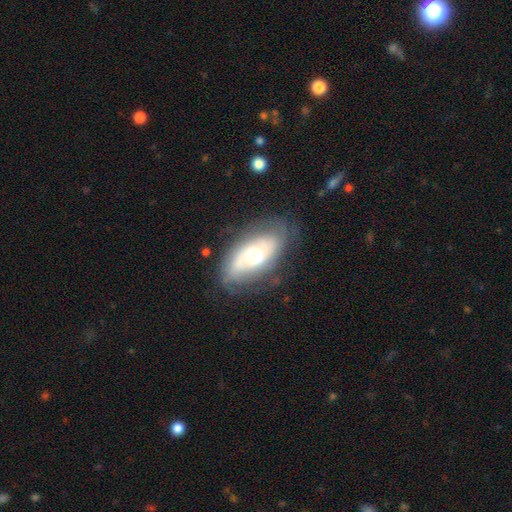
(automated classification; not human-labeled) Smooth or featured: featured or disk — 67% (smooth — 26%)
Edge-on disk: no — 91% (yes — 9%)
Bar: no — 70% (weak — 22%)
Spiral arms: yes — 67% (no — 33%)
Bulge size: moderate — 70% (large — 17%)
Merging: none — 72% (minor disturbance — 19%)